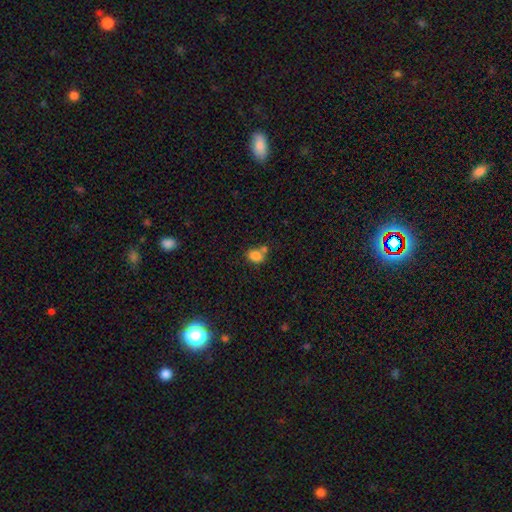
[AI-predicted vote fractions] Morphology: type=smooth (81%); roundness=in between (63%); merging=none (46%).